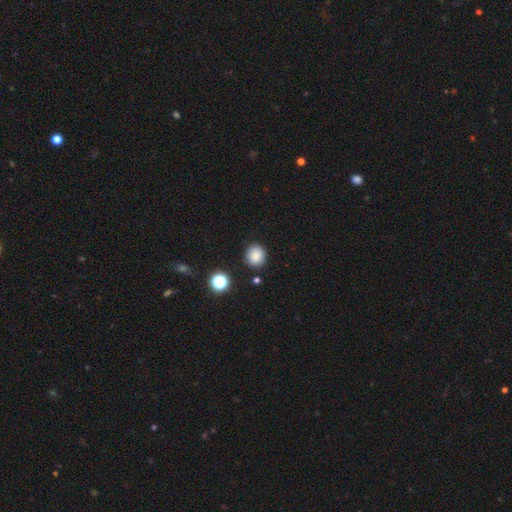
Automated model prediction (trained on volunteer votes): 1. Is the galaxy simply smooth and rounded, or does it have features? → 83% smooth, 11% star or artifact, 6% featured or disk.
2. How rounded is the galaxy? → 81% round, 18% in between, 1% cigar-shaped.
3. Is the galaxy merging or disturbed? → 86% none, 9% minor disturbance, 2% merger, 2% major disturbance.